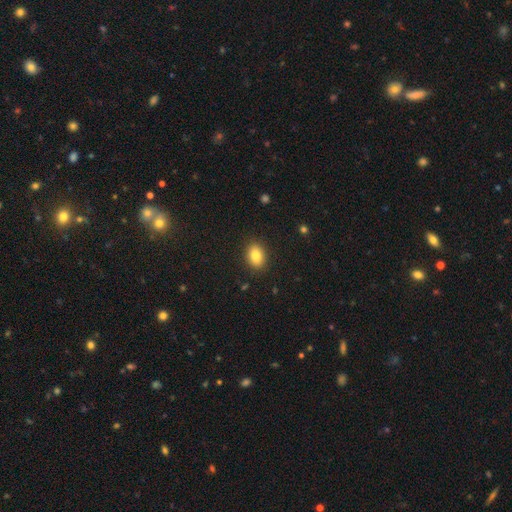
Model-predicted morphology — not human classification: This is clearly a smooth galaxy (83%). How rounded: likely in between (75%). Merging: clearly none (89%).